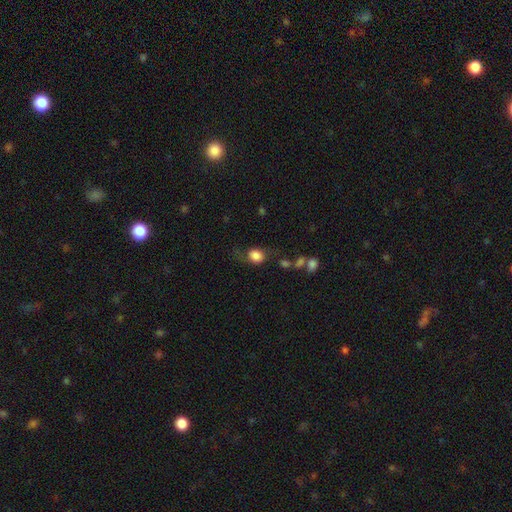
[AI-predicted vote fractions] Smooth or featured? smooth (80%)
How rounded? in between (51%)
Merging? none (46%)